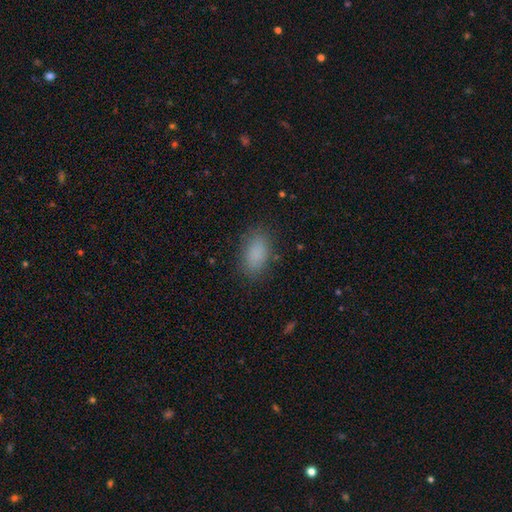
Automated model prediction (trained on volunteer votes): smooth 87%, star or artifact 9%, featured or disk 4%. Down the decision tree: how rounded — in between (91%); merging — none (83%).